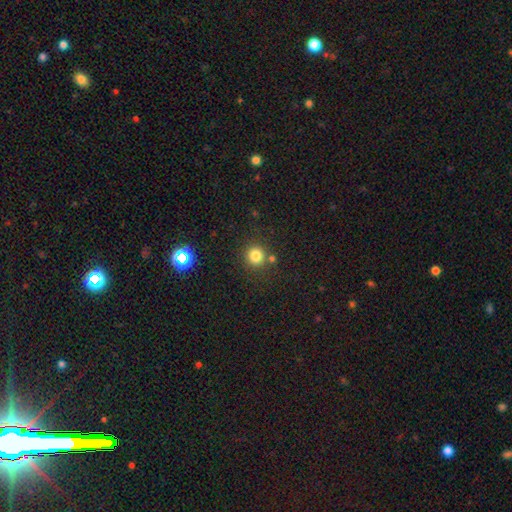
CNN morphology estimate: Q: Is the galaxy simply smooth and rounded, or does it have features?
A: smooth — 81%.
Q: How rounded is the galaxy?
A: round — 93%.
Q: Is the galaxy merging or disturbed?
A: none — 82%.